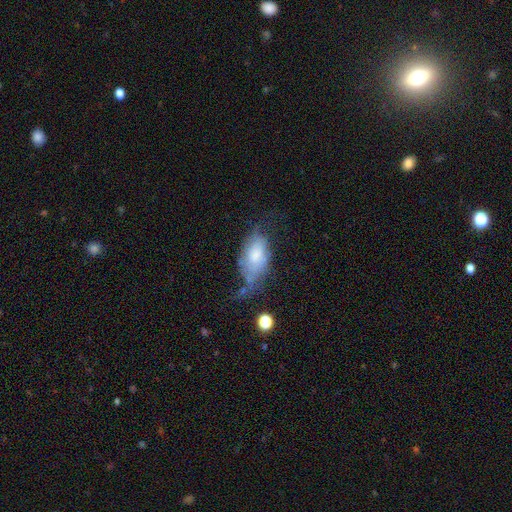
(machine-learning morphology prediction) type=smooth (62%); roundness=in between (92%); merging=minor disturbance (33%).